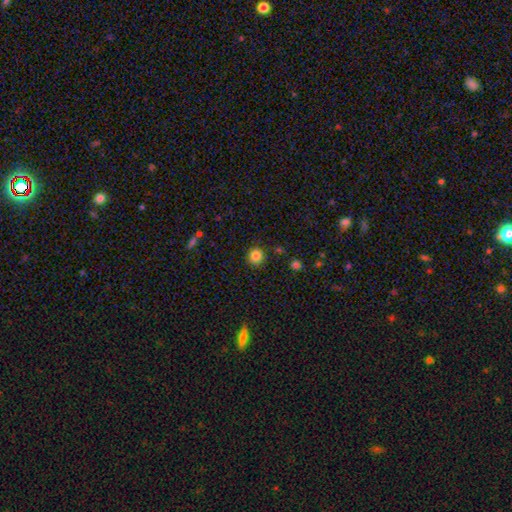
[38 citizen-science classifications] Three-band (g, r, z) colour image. It shows a smooth galaxy with no disk features (87%) that is round (100%). Merging: none (81%).